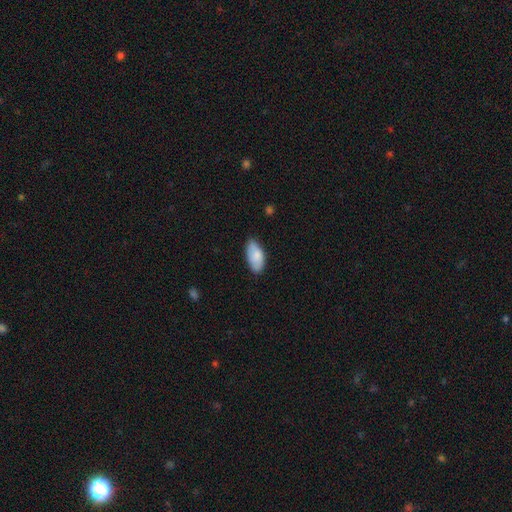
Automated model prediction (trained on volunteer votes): This is clearly a smooth galaxy (81%). How rounded: clearly in between (93%). Merging: likely none (77%).